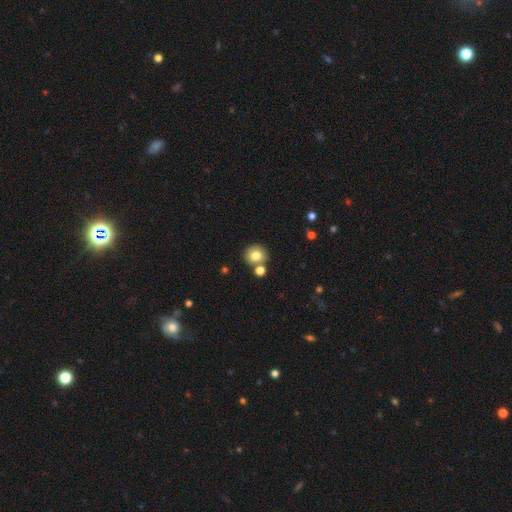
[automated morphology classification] This is likely a smooth galaxy (78%). How rounded: clearly round (86%). Merging: likely none (72%).